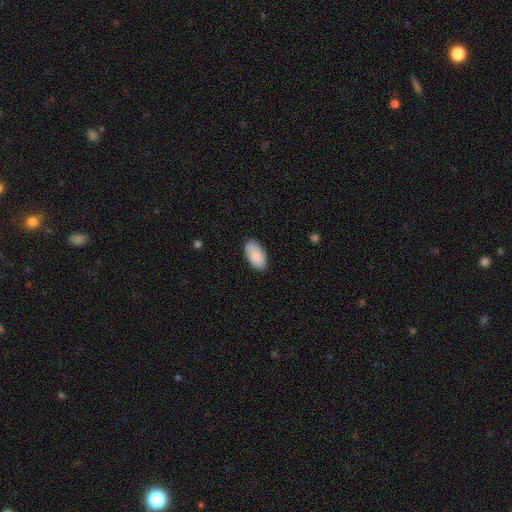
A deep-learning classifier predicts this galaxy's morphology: Smooth or featured: smooth — 84% (featured or disk — 10%)
How rounded: in between — 95% (round — 3%)
Merging: none — 81% (minor disturbance — 15%)